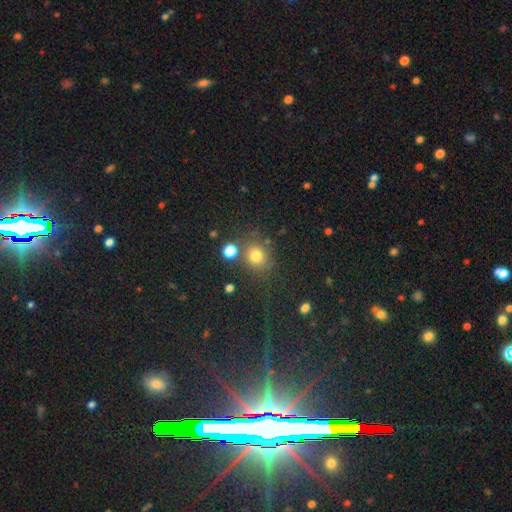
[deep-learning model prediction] Morphology: type=smooth (76%); roundness=round (81%); merging=none (71%).